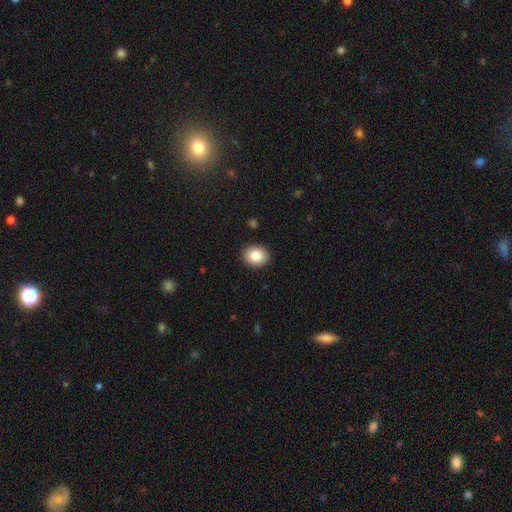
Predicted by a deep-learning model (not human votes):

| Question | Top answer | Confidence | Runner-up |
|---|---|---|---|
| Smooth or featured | smooth | 85% | star or artifact (9%) |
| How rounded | round | 57% | in between (42%) |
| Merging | none | 90% | minor disturbance (7%) |